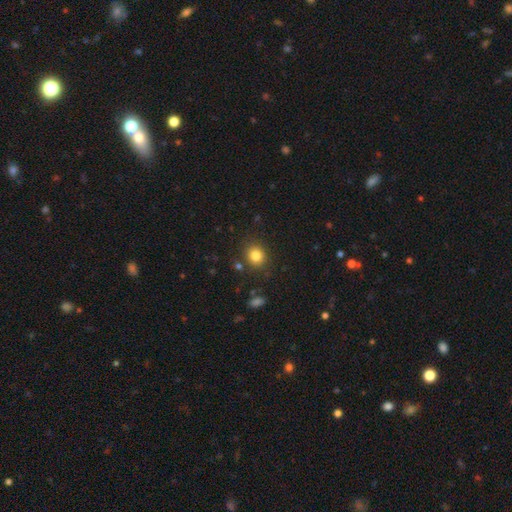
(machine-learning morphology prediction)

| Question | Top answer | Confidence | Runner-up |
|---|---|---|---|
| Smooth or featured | smooth | 82% | star or artifact (12%) |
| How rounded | round | 77% | in between (22%) |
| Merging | none | 85% | minor disturbance (9%) |